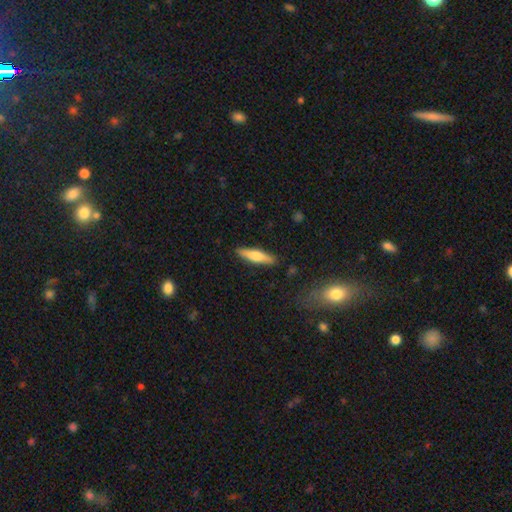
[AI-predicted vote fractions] Smooth or featured? smooth (61%)
How rounded? cigar-shaped (79%)
Merging? none (89%)